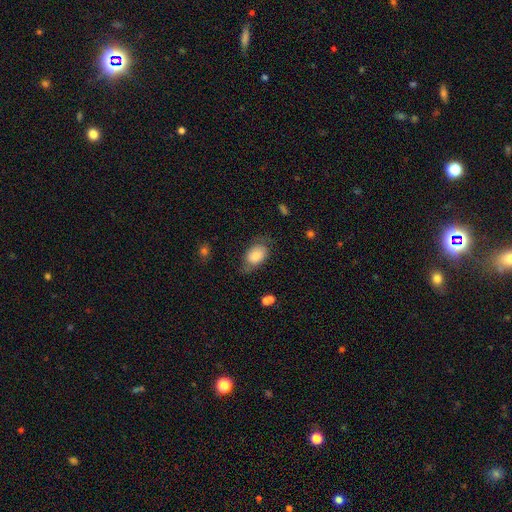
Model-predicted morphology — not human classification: Q: Smooth or featured?
A: smooth (67%); runner-up: featured or disk (25%)
Q: How rounded?
A: in between (86%); runner-up: round (13%)
Q: Merging?
A: none (56%); runner-up: minor disturbance (27%)